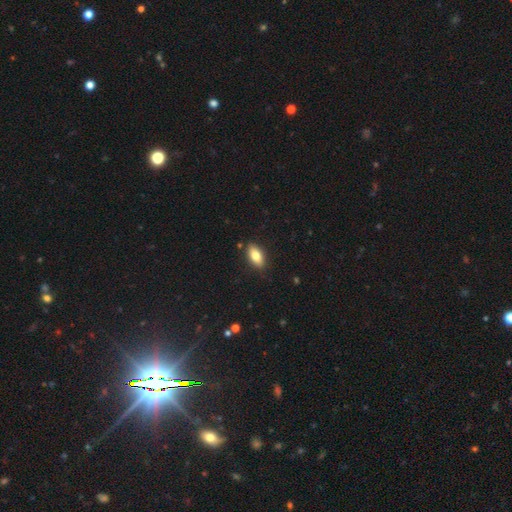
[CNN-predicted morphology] The model was most divided on "smooth or featured": smooth: 79%, featured or disk: 14%, star or artifact: 7%. More confident: how rounded — in between (88%); merging — none (87%).